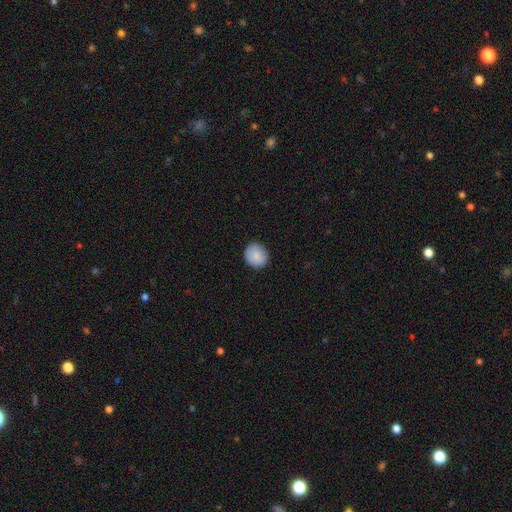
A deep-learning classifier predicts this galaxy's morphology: Smooth or featured?
  - smooth: 87% *
  - star or artifact: 7%
  - featured or disk: 6%
How rounded?
  - round: 86% *
  - in between: 13%
  - cigar-shaped: 1%
Merging?
  - none: 87% *
  - minor disturbance: 10%
  - major disturbance: 2%
  - merger: 1%